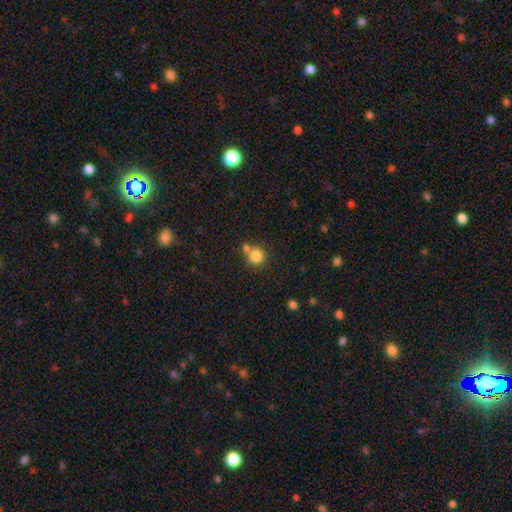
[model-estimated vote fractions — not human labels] This appears to be a smooth galaxy with no disk features (82%) that is round (90%). Merging: none (59%).